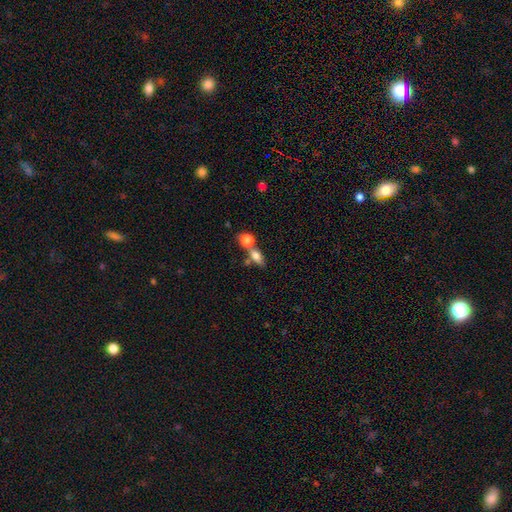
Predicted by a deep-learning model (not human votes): A smooth galaxy with no disk features (74%) that is in between round and cigar-shaped (62%).

Vote fractions:
- Smooth or featured? smooth: 74% / featured or disk: 16% / star or artifact: 10%
- How rounded? in between: 62% / round: 24% / cigar-shaped: 14%
- Merging? merger: 43% / none: 40% / minor disturbance: 11% / major disturbance: 6%